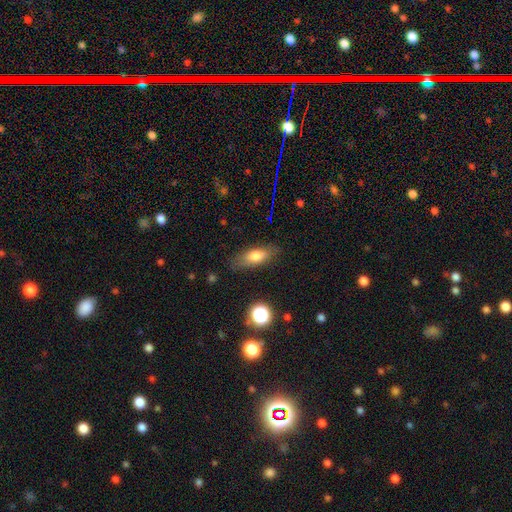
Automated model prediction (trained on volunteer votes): This appears to be a smooth galaxy with no disk features (75%) that is in between round and cigar-shaped (70%). Merging: none (80%).